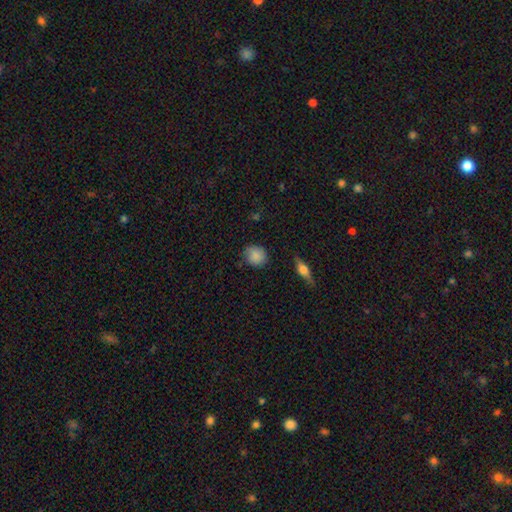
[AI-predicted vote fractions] smooth_or_featured: smooth (p=0.85) [alt: star or artifact p=0.07]
how_rounded: round (p=0.81) [alt: in between p=0.18]
merging: none (p=0.80) [alt: minor disturbance p=0.15]